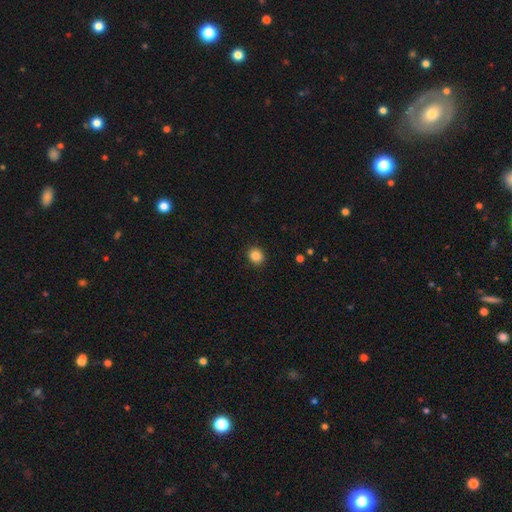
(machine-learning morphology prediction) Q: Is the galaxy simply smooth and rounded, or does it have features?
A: smooth — 86%.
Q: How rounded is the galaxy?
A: round — 76%.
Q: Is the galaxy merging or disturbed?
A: none — 90%.